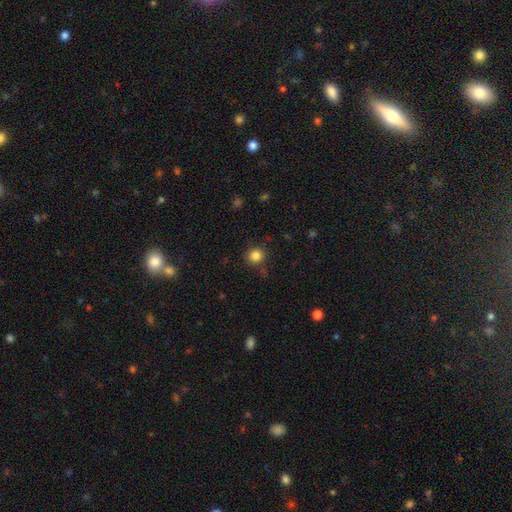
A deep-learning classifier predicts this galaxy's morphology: type=smooth (84%); roundness=round (91%); merging=none (84%).